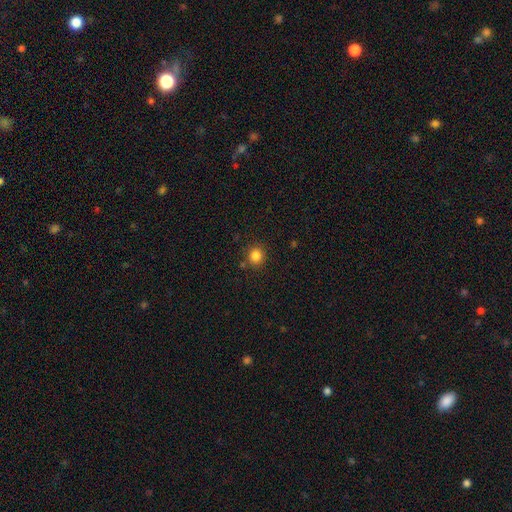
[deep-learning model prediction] smooth_or_featured: smooth (p=0.84) [alt: star or artifact p=0.12]
how_rounded: round (p=0.87) [alt: in between p=0.12]
merging: none (p=0.84) [alt: minor disturbance p=0.09]